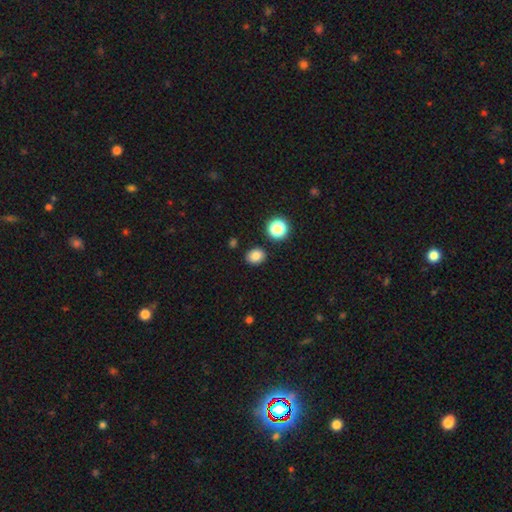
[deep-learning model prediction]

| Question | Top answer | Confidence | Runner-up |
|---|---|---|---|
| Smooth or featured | smooth | 82% | star or artifact (13%) |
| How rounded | round | 58% | in between (41%) |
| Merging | none | 86% | minor disturbance (8%) |